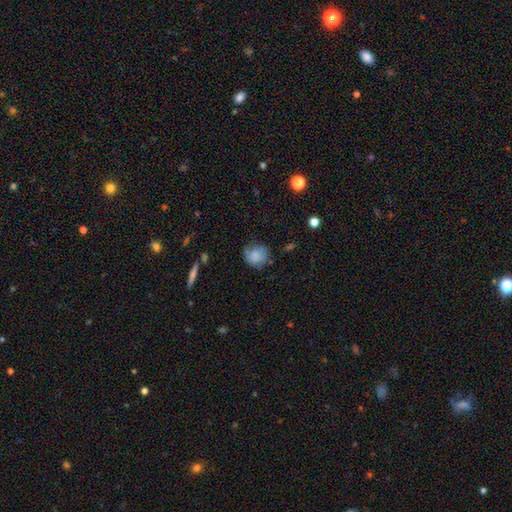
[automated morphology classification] Smooth or featured? Predicted: smooth (p=0.69). How rounded? Predicted: round (p=0.79). Merging? Predicted: none (p=0.61).